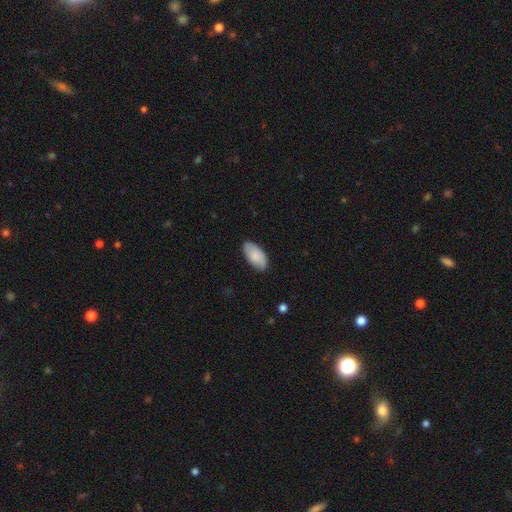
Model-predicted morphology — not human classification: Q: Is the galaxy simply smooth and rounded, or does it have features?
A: smooth — 82%.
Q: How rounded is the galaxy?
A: in between — 95%.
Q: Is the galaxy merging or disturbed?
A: none — 83%.